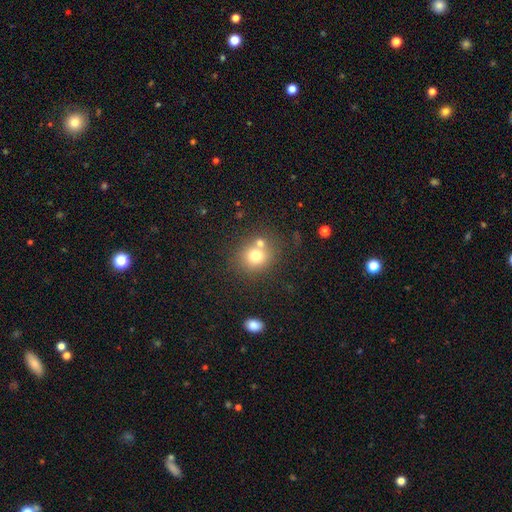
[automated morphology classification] Smooth or featured? Predicted: smooth (p=0.73). How rounded? Predicted: round (p=0.78). Merging? Predicted: none (p=0.59).